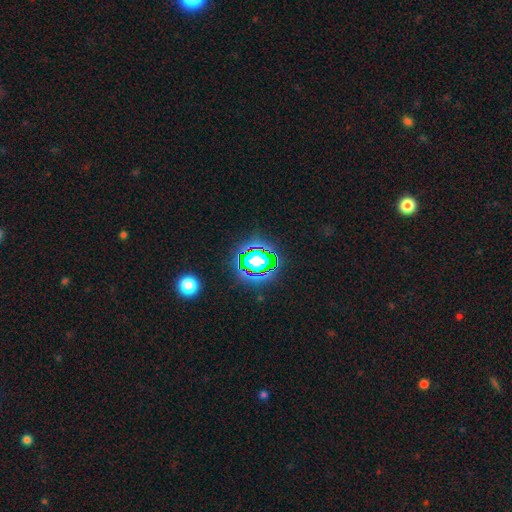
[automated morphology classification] A star or artifact, not a galaxy (78%).